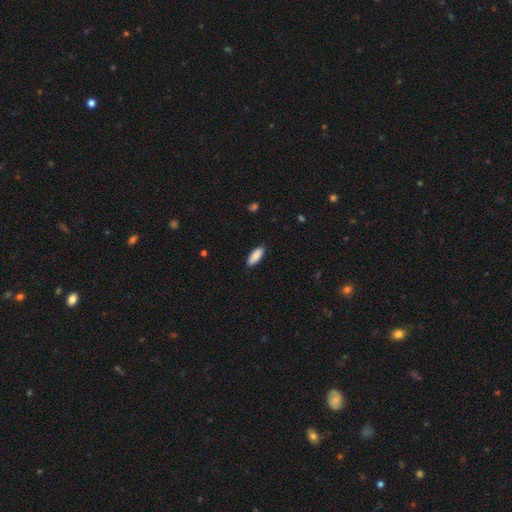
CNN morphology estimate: Q: Smooth or featured?
A: smooth (89%); runner-up: star or artifact (6%)
Q: How rounded?
A: in between (76%); runner-up: cigar-shaped (23%)
Q: Merging?
A: none (87%); runner-up: minor disturbance (10%)